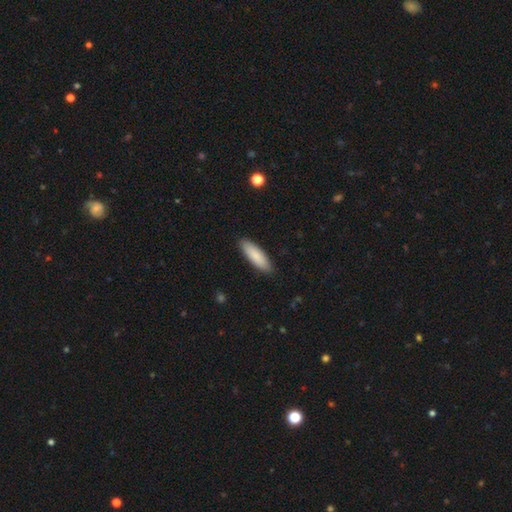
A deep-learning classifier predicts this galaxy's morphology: smooth 87%, featured or disk 8%, star or artifact 5%. Down the decision tree: how rounded — in between (50%); merging — none (89%).